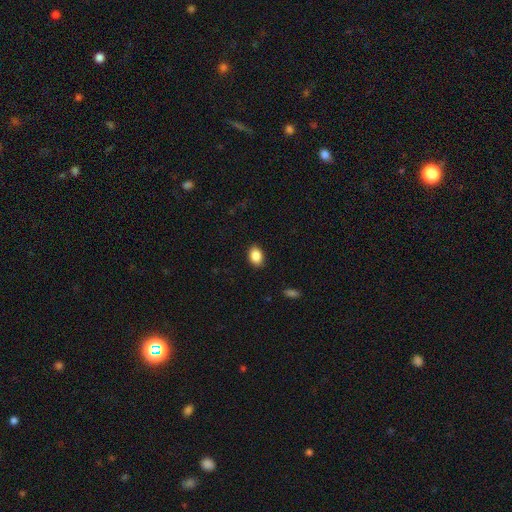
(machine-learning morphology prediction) This appears to be a smooth galaxy with no disk features (88%) that is in between round and cigar-shaped (77%). Merging: none (88%).